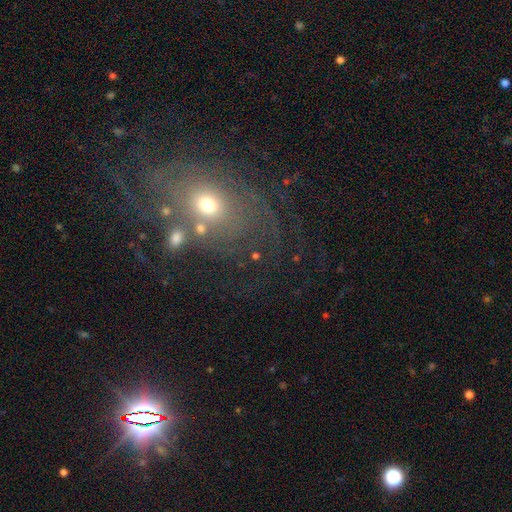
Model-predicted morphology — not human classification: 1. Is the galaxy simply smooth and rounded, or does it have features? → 37% smooth, 35% featured or disk, 28% star or artifact.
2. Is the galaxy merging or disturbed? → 60% none, 16% major disturbance, 15% minor disturbance, 9% merger.